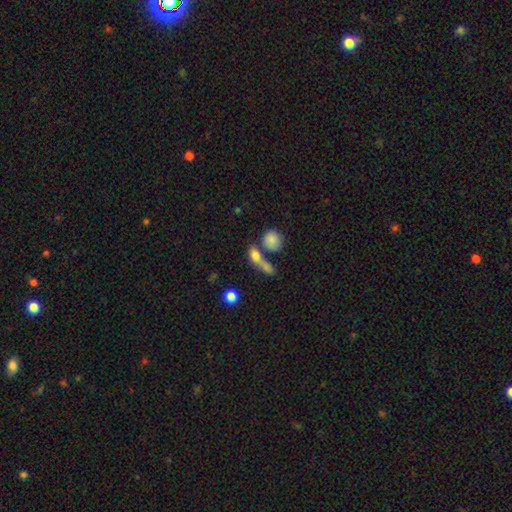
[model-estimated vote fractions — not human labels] Smooth or featured?
  - smooth: 74% *
  - featured or disk: 15%
  - star or artifact: 11%
How rounded?
  - in between: 54% *
  - round: 27%
  - cigar-shaped: 19%
Merging?
  - merger: 41% *
  - none: 40%
  - minor disturbance: 11%
  - major disturbance: 8%